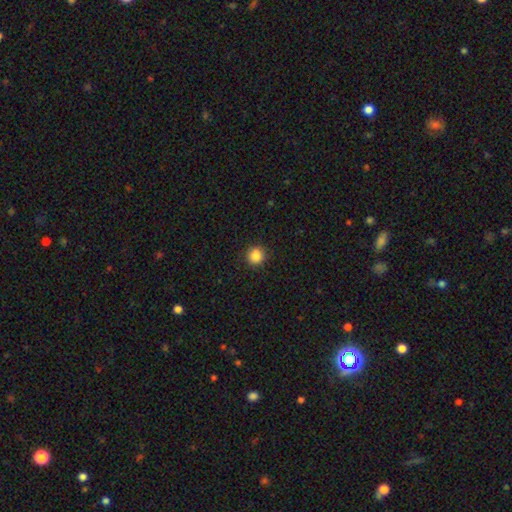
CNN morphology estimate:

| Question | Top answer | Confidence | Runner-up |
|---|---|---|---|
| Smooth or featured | smooth | 87% | star or artifact (10%) |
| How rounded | round | 93% | in between (6%) |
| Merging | none | 91% | minor disturbance (6%) |